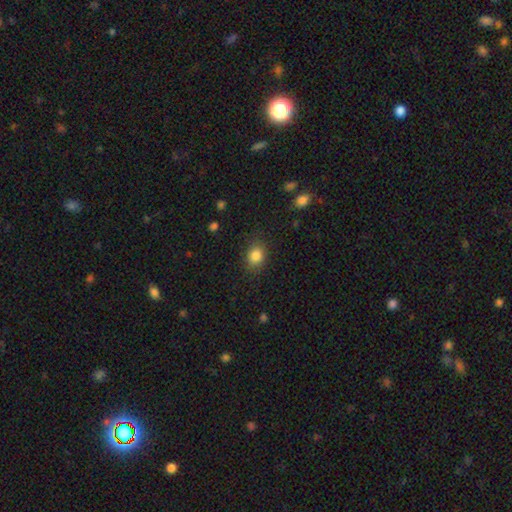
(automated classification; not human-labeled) smooth 85%, star or artifact 10%, featured or disk 5%. Down the decision tree: how rounded — round (54%); merging — none (84%).